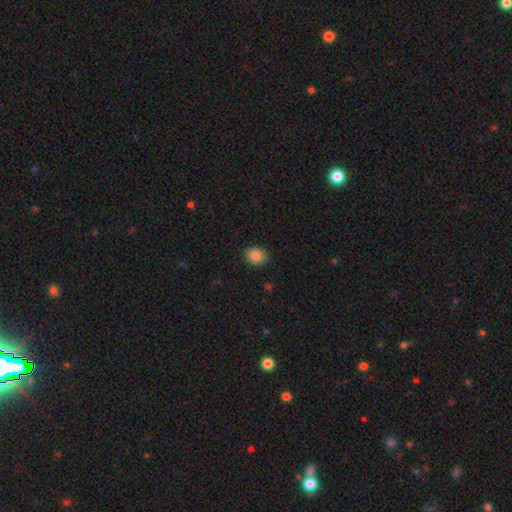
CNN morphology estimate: smooth-or-featured: smooth: 86% | star or artifact: 9% | featured or disk: 5%
  how-rounded: round: 52% | in between: 47% | cigar-shaped: 1%
  merging: none: 89% | minor disturbance: 8% | major disturbance: 2% | merger: 1%